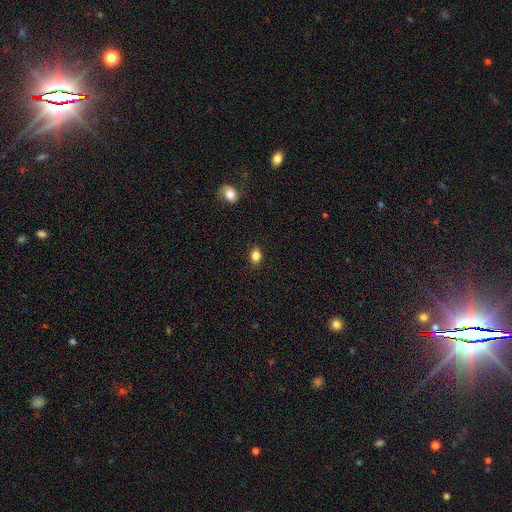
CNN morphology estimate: Smooth or featured?
  - smooth: 84% *
  - star or artifact: 10%
  - featured or disk: 6%
How rounded?
  - in between: 72% *
  - round: 26%
  - cigar-shaped: 2%
Merging?
  - none: 88% *
  - minor disturbance: 9%
  - major disturbance: 2%
  - merger: 1%